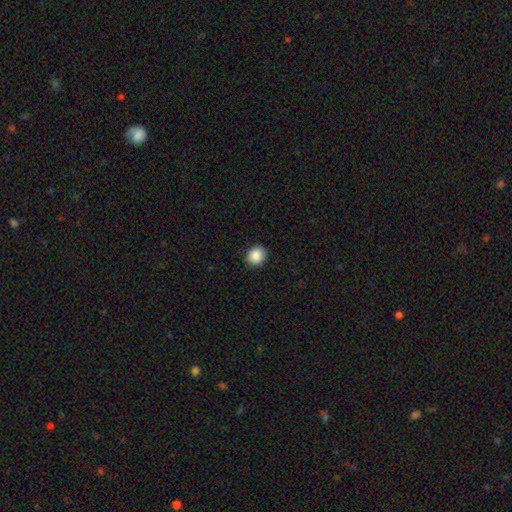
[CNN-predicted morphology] Overall: smooth (88%). How rounded: round (77%). Merging: none (89%).